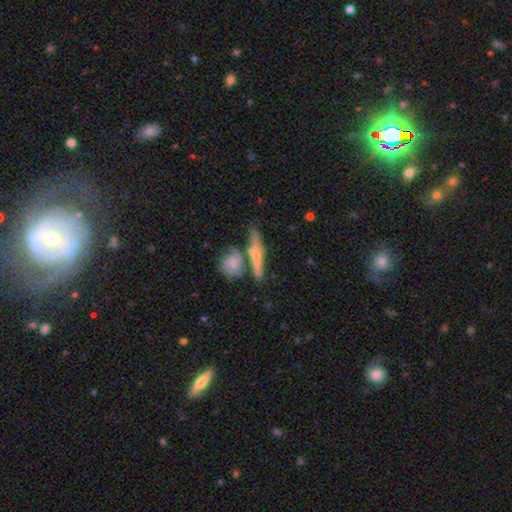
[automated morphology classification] This appears to be a featured or disk galaxy (47%). Merging: none (49%).